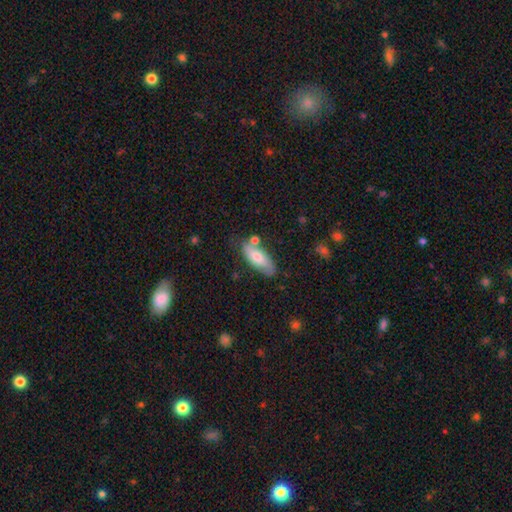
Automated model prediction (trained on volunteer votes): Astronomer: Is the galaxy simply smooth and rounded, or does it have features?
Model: smooth — 63%.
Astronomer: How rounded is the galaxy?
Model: in between — 74%.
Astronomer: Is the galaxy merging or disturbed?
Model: none — 70%.